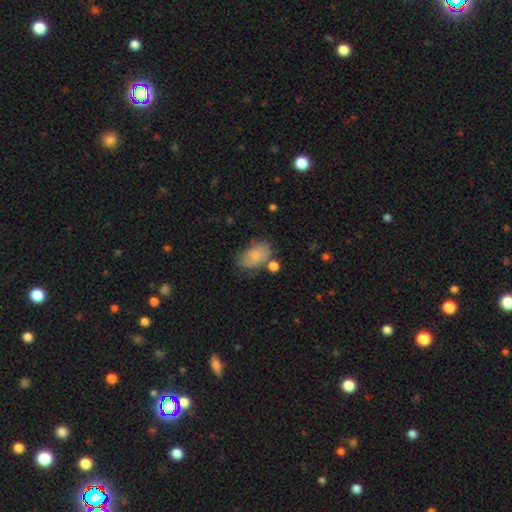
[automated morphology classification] Overall: smooth (77%). How rounded: in between (89%). Merging: none (51%; minor disturbance 26%).